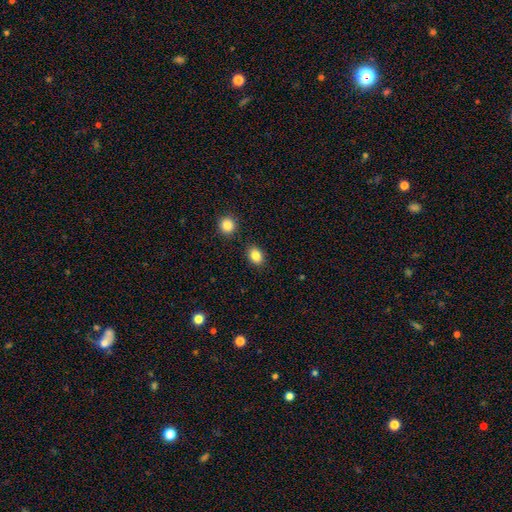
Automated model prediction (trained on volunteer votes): Smooth or featured? smooth (85%)
How rounded? in between (65%)
Merging? none (85%)